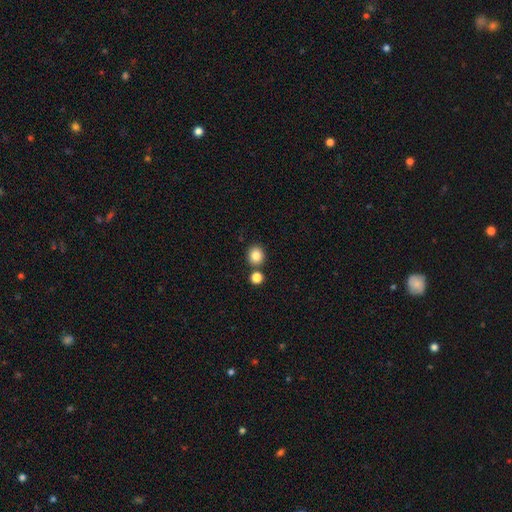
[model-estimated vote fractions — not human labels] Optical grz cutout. It shows a smooth galaxy with no disk features (83%) that is round (82%). Merging: none (78%).